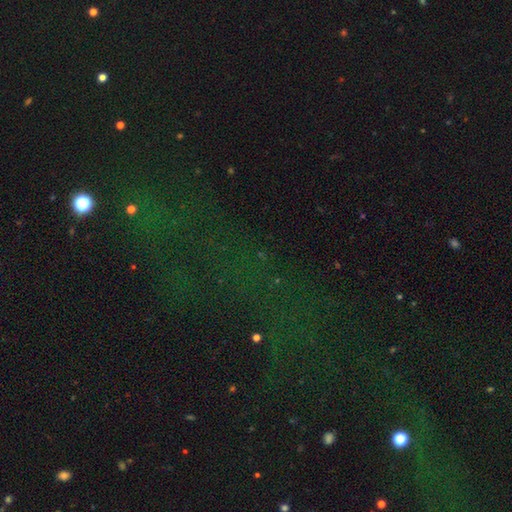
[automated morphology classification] The model was most divided on "smooth or featured": star or artifact: 66%, smooth: 20%, featured or disk: 14%.